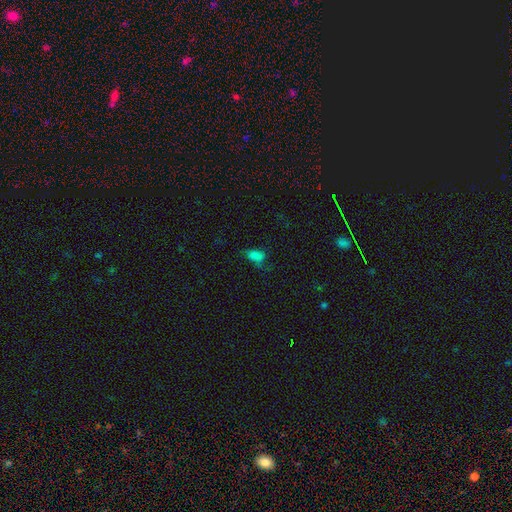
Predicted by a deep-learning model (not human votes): A smooth galaxy with no disk features (69%) that is in between round and cigar-shaped (84%). Merging: none (40%).